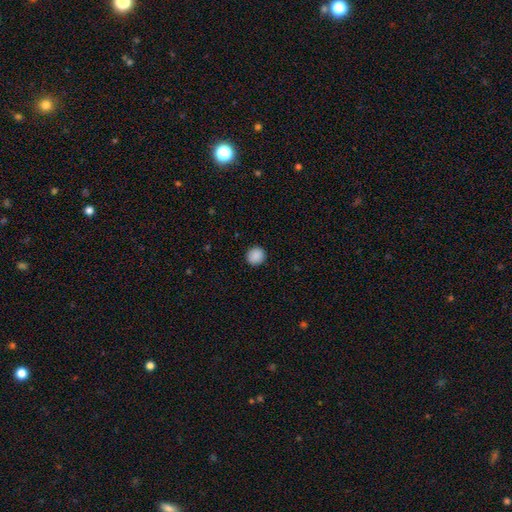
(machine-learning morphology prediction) smooth 89%, star or artifact 8%, featured or disk 2%. Down the decision tree: how rounded — round (92%); merging — none (92%).